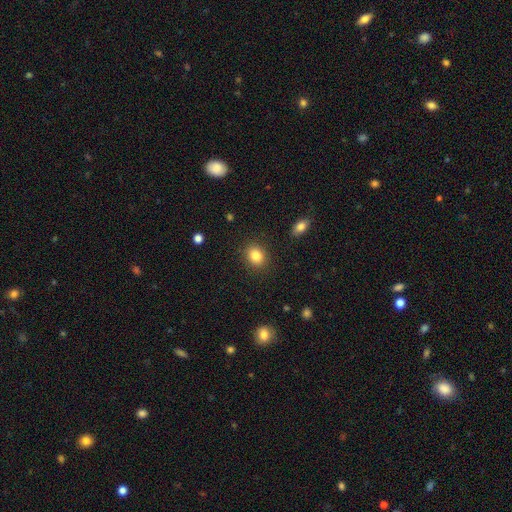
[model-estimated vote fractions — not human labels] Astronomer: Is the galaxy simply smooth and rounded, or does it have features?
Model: smooth — 85%.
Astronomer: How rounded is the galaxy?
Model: round — 59% (runner-up: in between, 40%).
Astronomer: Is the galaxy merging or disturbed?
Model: none — 89%.